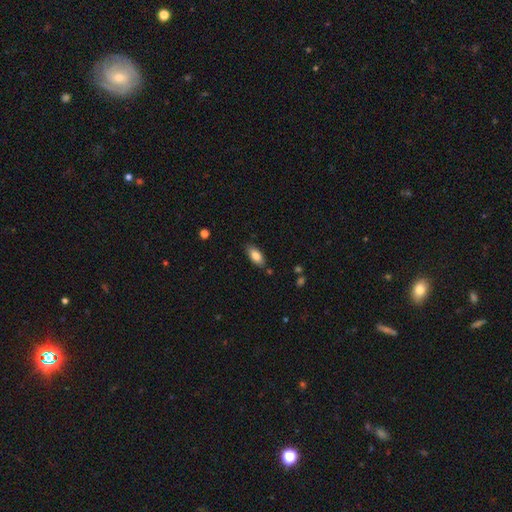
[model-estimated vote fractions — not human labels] smooth_or_featured: smooth (p=0.82) [alt: featured or disk p=0.11]
how_rounded: in between (p=0.87) [alt: cigar-shaped p=0.10]
merging: none (p=0.83) [alt: minor disturbance p=0.13]